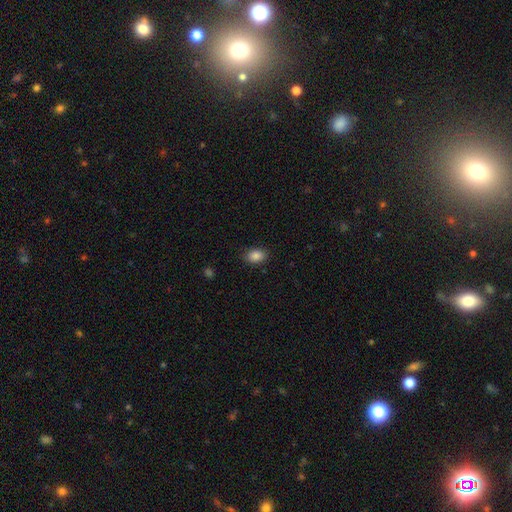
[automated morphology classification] This appears to be a smooth galaxy with no disk features (87%) that is in between round and cigar-shaped (83%). Merging: none (88%).